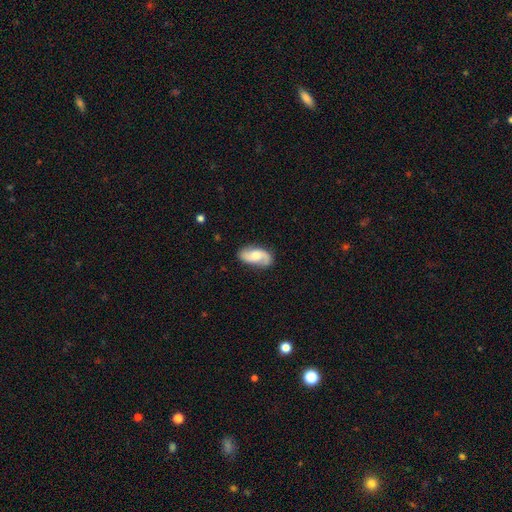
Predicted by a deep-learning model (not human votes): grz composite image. It shows a featured or disk galaxy (65%) with no bar (61%), 2 (84%) loose (46%) spiral arms (93%) and a moderate central bulge (54%). Merging: none (77%).